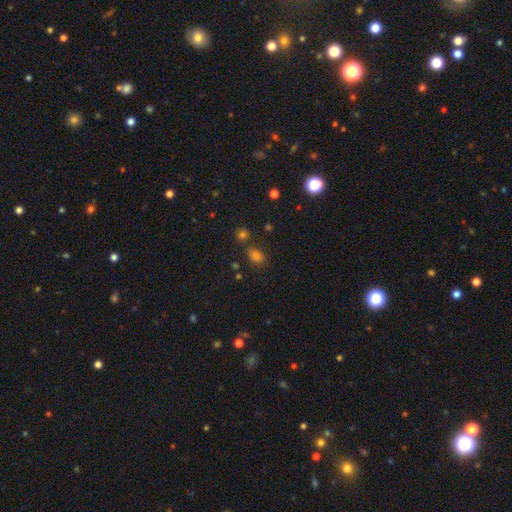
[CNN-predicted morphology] smooth 64%, star or artifact 30%, featured or disk 6%. Down the decision tree: how rounded — in between (63%); merging — none (73%).